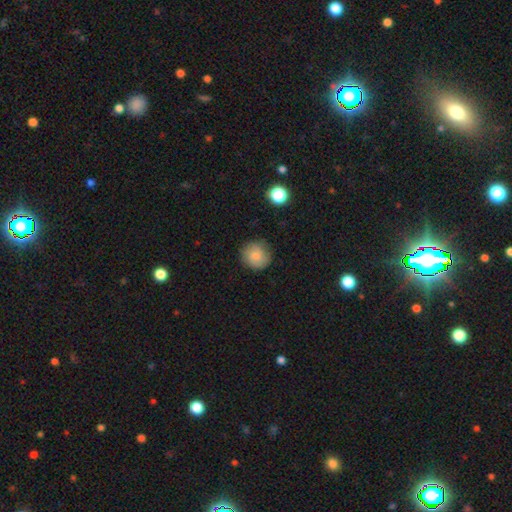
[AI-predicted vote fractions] A smooth galaxy with no disk features (81%) that is round (92%).

Vote fractions:
- Smooth or featured? smooth: 81% / featured or disk: 11% / star or artifact: 8%
- How rounded? round: 92% / in between: 7% / cigar-shaped: 1%
- Merging? none: 83% / minor disturbance: 13% / major disturbance: 3% / merger: 1%